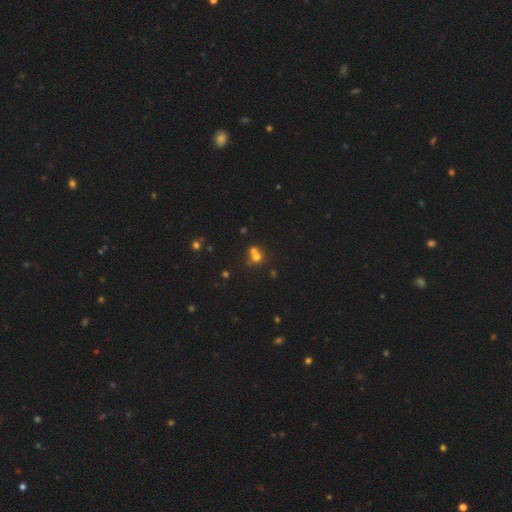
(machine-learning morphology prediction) Smooth or featured?
  - smooth: 61% *
  - star or artifact: 22%
  - featured or disk: 17%
How rounded?
  - round: 80% *
  - in between: 18%
  - cigar-shaped: 1%
Merging?
  - merger: 53% *
  - none: 37%
  - minor disturbance: 6%
  - major disturbance: 3%